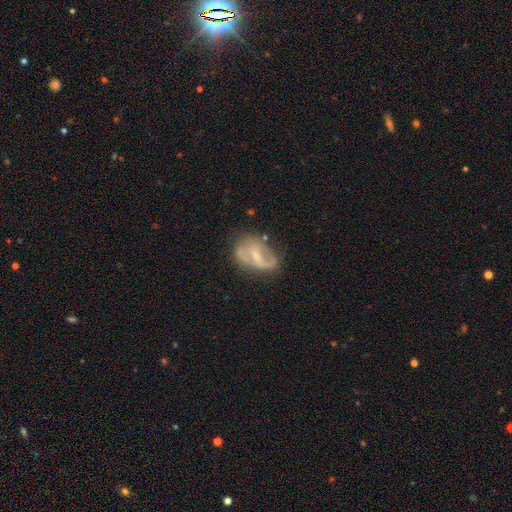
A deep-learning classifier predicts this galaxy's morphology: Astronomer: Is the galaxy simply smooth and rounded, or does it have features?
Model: featured or disk — 71%.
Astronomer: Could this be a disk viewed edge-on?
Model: no — 95%.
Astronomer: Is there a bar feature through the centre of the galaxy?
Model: weak — 43% (runner-up: no, 29%).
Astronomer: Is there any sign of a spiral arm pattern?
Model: yes — 67%.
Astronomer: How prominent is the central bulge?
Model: small — 62%.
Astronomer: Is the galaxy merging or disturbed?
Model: none — 48% (runner-up: minor disturbance, 29%).